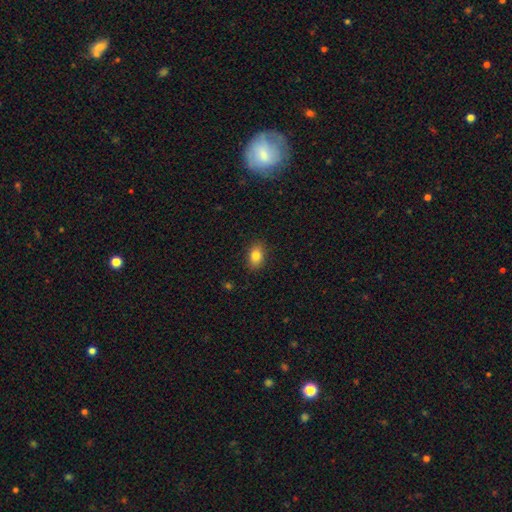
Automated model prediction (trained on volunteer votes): This is clearly a smooth galaxy (83%). How rounded: likely in between (79%). Merging: clearly none (87%).